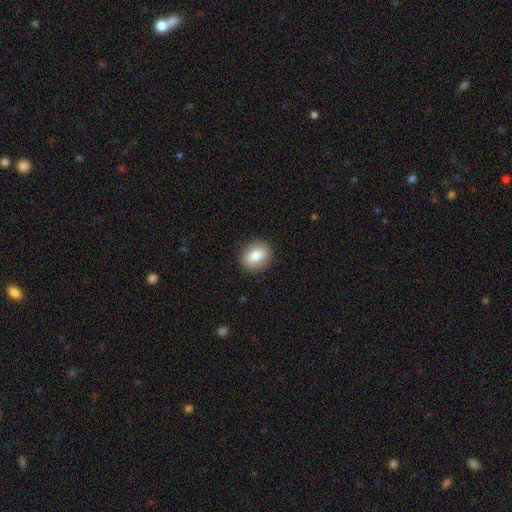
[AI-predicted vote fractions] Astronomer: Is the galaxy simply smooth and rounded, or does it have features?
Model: smooth — 78%.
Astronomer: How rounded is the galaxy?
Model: round — 52% (runner-up: in between, 46%).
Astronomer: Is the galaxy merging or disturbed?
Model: none — 88%.